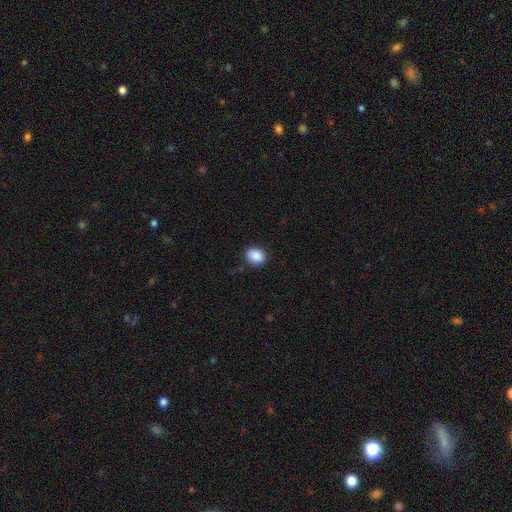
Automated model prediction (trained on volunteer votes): smooth-or-featured: smooth: 89% | star or artifact: 8% | featured or disk: 3%
  how-rounded: in between: 54% | round: 45% | cigar-shaped: 1%
  merging: none: 87% | minor disturbance: 10% | major disturbance: 2% | merger: 1%